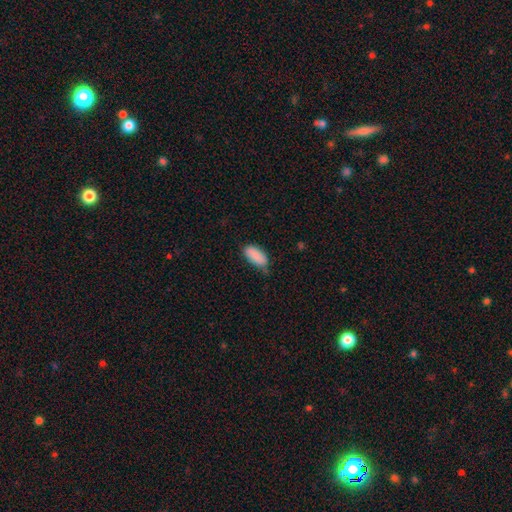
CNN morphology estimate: Smooth or featured: smooth — 88% (star or artifact — 7%)
How rounded: in between — 89% (cigar-shaped — 9%)
Merging: none — 55% (minor disturbance — 37%)